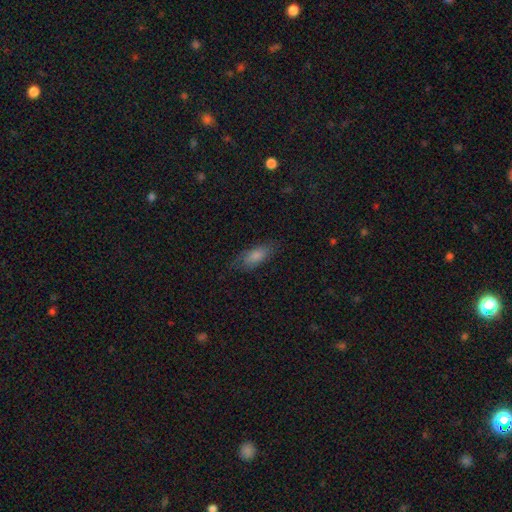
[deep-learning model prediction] smooth_or_featured: smooth (p=0.75) [alt: featured or disk p=0.17]
how_rounded: in between (p=0.81) [alt: cigar-shaped p=0.16]
merging: none (p=0.70) [alt: minor disturbance p=0.22]